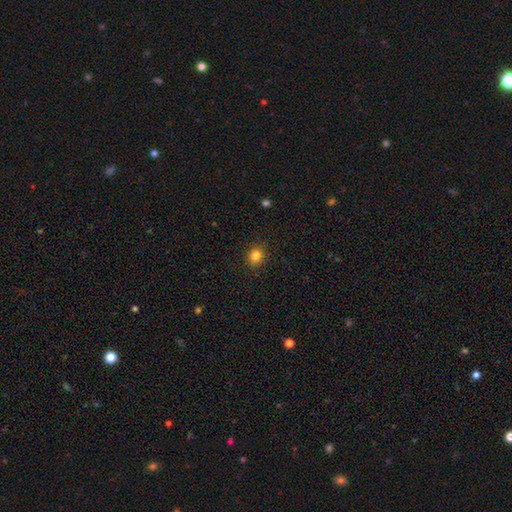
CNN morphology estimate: This appears to be a smooth galaxy with no disk features (83%) that is round (75%). Merging: none (88%).